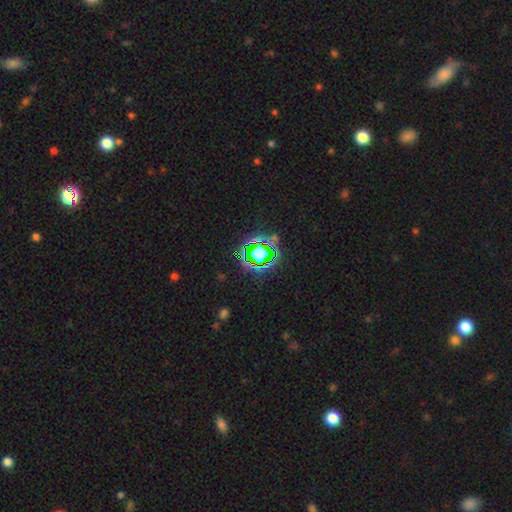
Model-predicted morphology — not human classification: Q: Smooth or featured?
A: star or artifact (68%); runner-up: smooth (18%)